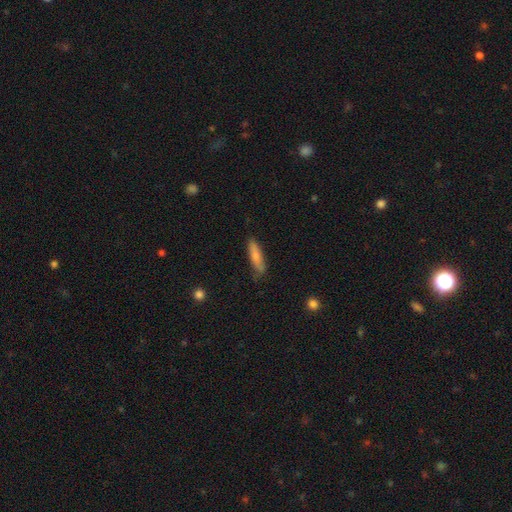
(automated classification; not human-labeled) Morphology: type=smooth (76%); roundness=cigar-shaped (68%); merging=none (76%).